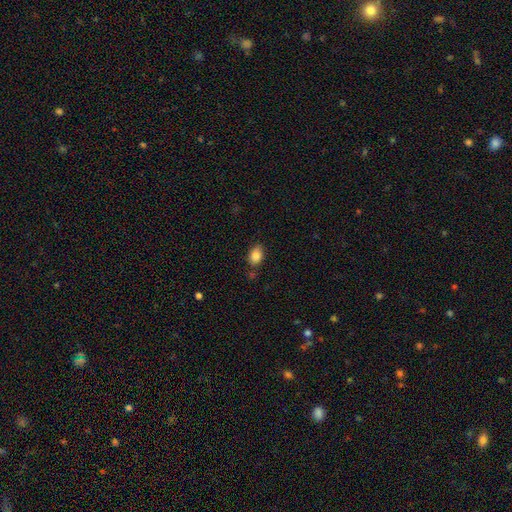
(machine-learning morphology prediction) Overall: smooth (86%). How rounded: in between (81%). Merging: none (75%).